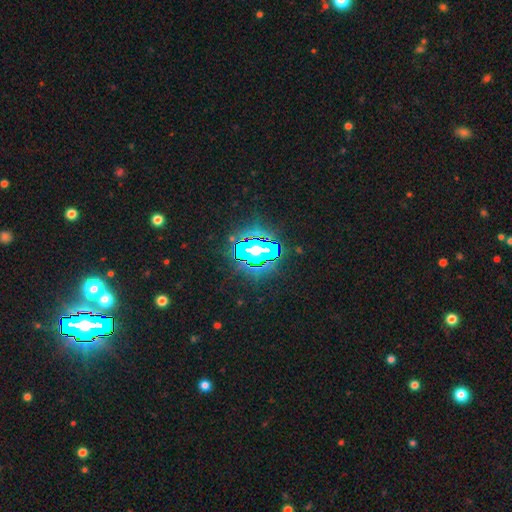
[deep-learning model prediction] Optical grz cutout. It shows a star or artifact, not a galaxy (72%).